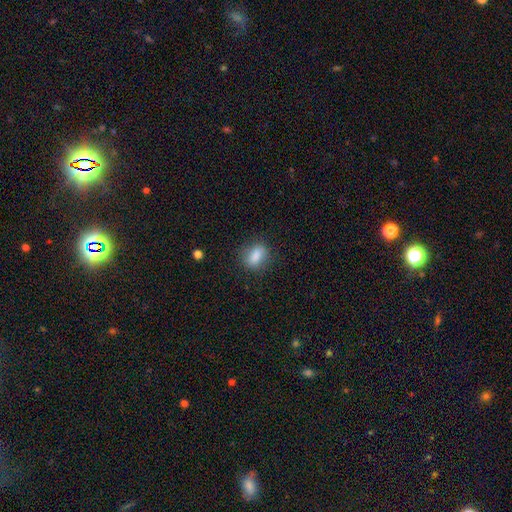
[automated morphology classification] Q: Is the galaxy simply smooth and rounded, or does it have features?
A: smooth — 84%.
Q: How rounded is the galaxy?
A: in between — 72%.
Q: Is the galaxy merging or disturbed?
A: none — 80%.